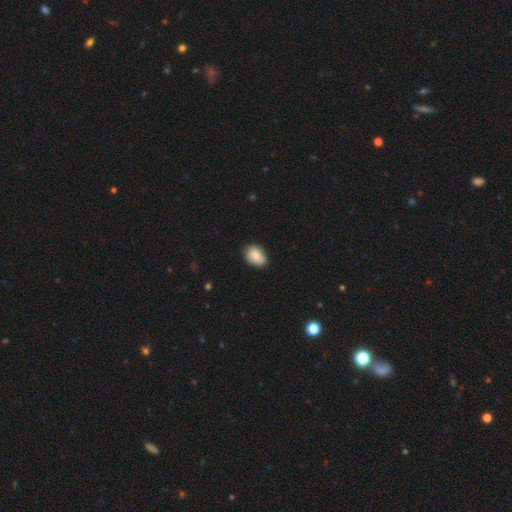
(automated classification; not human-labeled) A smooth galaxy with no disk features (76%) that is in between round and cigar-shaped (69%). Merging: none (76%).